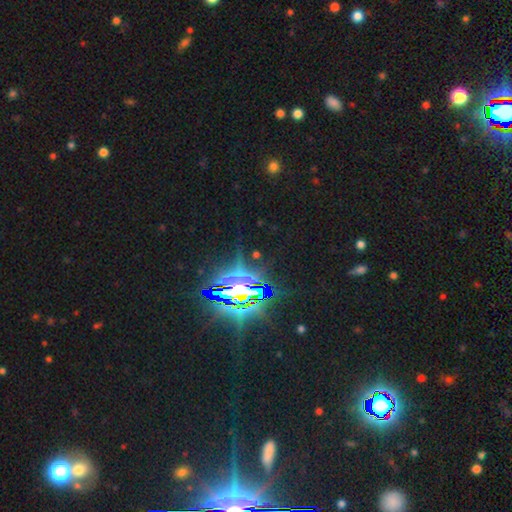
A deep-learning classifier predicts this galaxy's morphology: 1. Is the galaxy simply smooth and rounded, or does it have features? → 80% star or artifact, 11% featured or disk, 9% smooth.